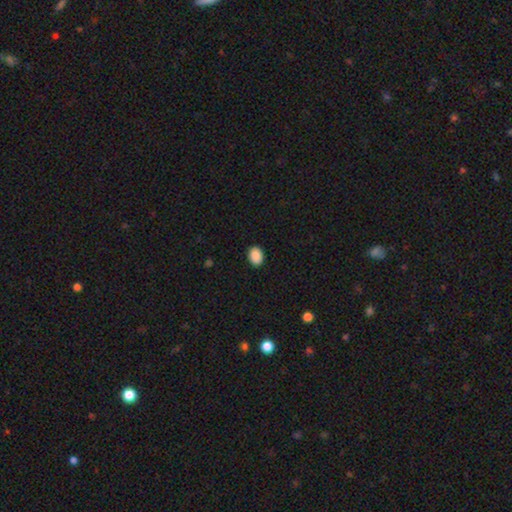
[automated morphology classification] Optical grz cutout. It shows a smooth galaxy with no disk features (90%) that is in between round and cigar-shaped (74%). Merging: none (90%).